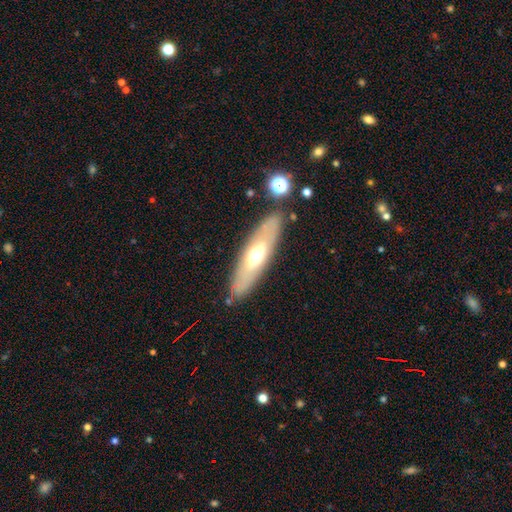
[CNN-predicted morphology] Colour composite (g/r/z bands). It shows a featured or disk galaxy (47%). Merging: none (83%).